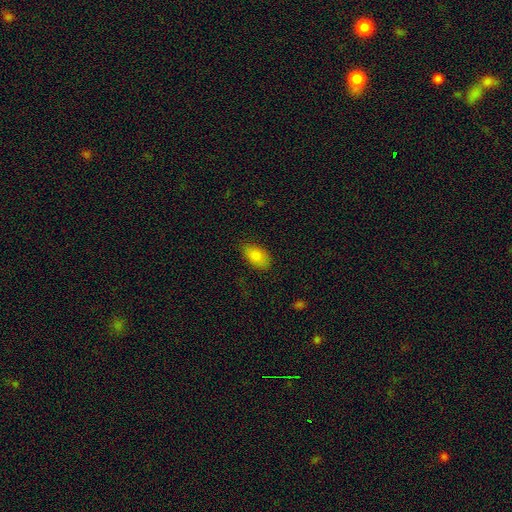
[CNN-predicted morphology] smooth_or_featured: smooth (p=0.84) [alt: featured or disk p=0.09]
how_rounded: in between (p=0.92) [alt: round p=0.05]
merging: none (p=0.80) [alt: minor disturbance p=0.16]